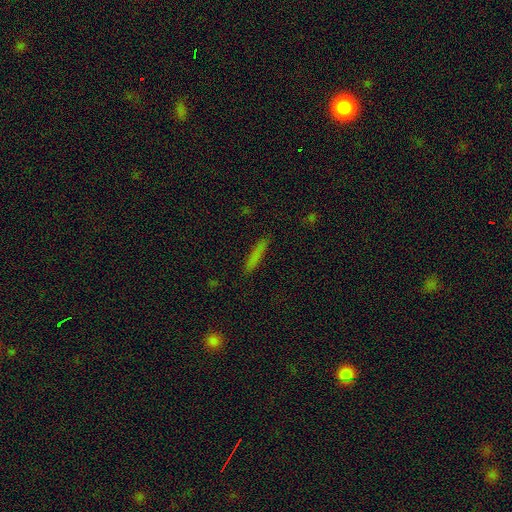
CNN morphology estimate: A smooth galaxy with no disk features (76%) that is cigar-shaped (92%).

Vote fractions:
- Smooth or featured? smooth: 76% / featured or disk: 14% / star or artifact: 9%
- How rounded? cigar-shaped: 92% / in between: 6% / round: 2%
- Merging? none: 88% / minor disturbance: 9% / major disturbance: 2% / merger: 1%